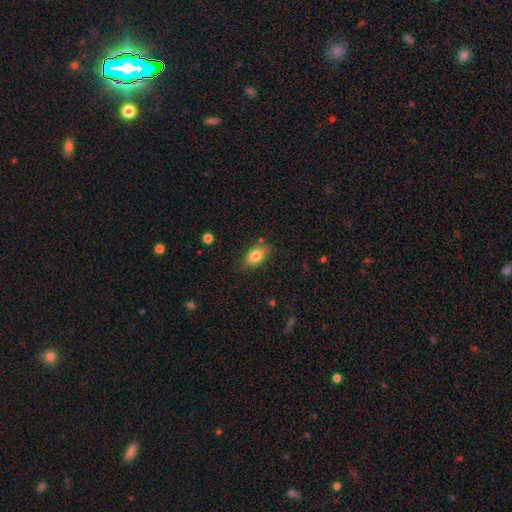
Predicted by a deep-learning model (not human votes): Smooth or featured? Predicted: smooth (p=0.81). How rounded? Predicted: in between (p=0.88). Merging? Predicted: none (p=0.78).